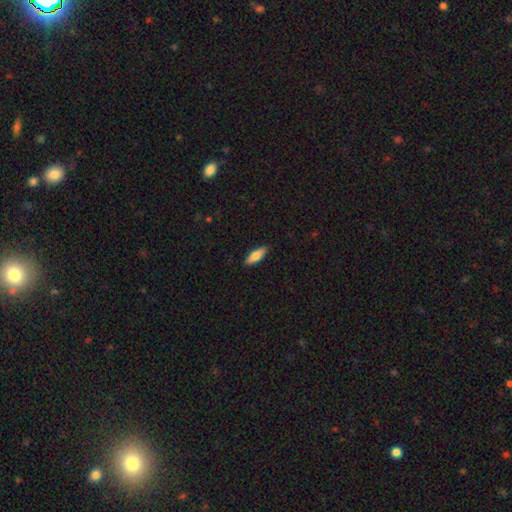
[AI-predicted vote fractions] Overall: smooth (76%). How rounded: in between (56%; cigar-shaped 42%). Merging: none (90%).